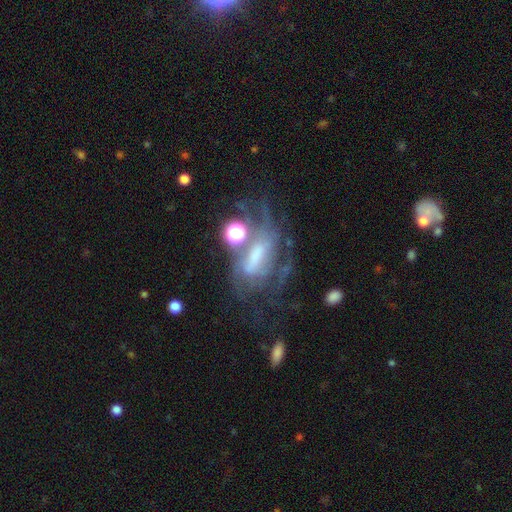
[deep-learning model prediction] smooth_or_featured: featured or disk (p=0.67) [alt: smooth p=0.18]
disk_edge_on: no (p=0.92) [alt: yes p=0.08]
bar: strong (p=0.41) [alt: weak p=0.33]
has_spiral_arms: yes (p=0.75) [alt: no p=0.25]
bulge_size: moderate (p=0.30) [alt: small p=0.26]
merging: none (p=0.37) [alt: major disturbance p=0.32]